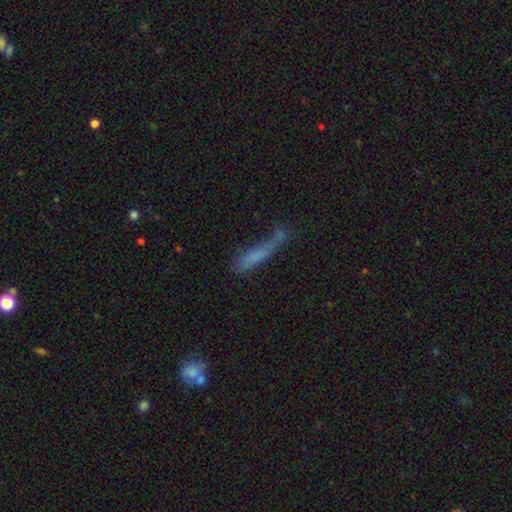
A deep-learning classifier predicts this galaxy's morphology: Smooth or featured?
  - smooth: 66% *
  - featured or disk: 23%
  - star or artifact: 11%
How rounded?
  - cigar-shaped: 85% *
  - in between: 12%
  - round: 2%
Merging?
  - none: 41% *
  - minor disturbance: 25%
  - major disturbance: 20%
  - merger: 14%